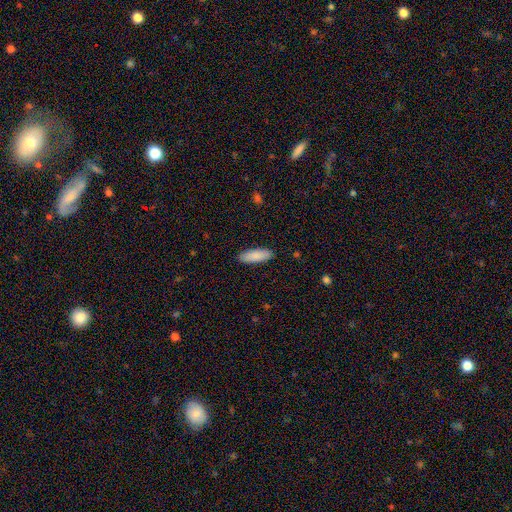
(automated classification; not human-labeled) A smooth galaxy with no disk features (89%) that is in between round and cigar-shaped (63%).

Vote fractions:
- Smooth or featured? smooth: 89% / featured or disk: 6% / star or artifact: 5%
- How rounded? in between: 63% / cigar-shaped: 35% / round: 2%
- Merging? none: 90% / minor disturbance: 7% / major disturbance: 2% / merger: 1%